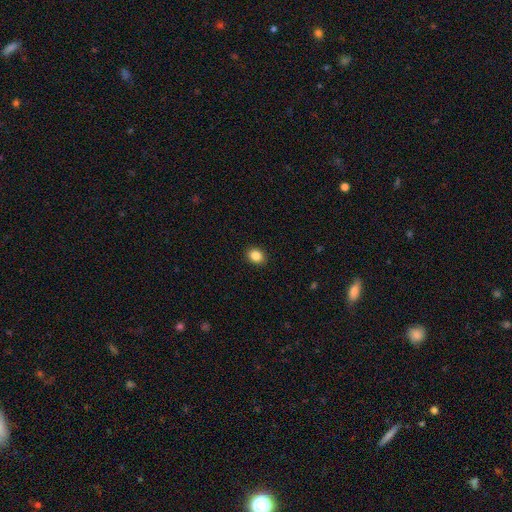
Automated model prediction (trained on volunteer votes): A smooth galaxy with no disk features (86%) that is round (56%). Merging: none (91%).